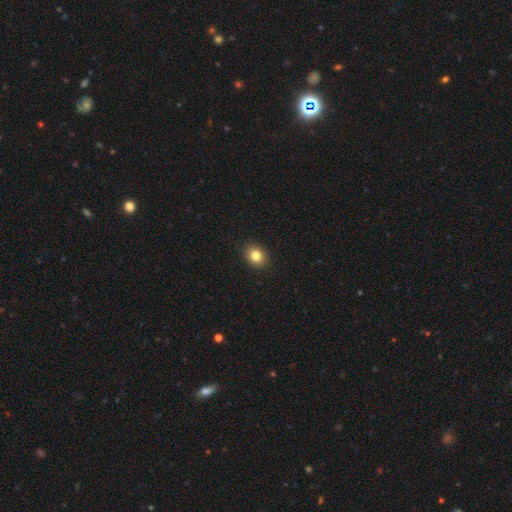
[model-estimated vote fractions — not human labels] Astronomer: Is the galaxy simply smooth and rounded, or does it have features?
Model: smooth — 83%.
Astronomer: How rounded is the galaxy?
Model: round — 59% (runner-up: in between, 40%).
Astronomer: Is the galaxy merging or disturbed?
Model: none — 91%.